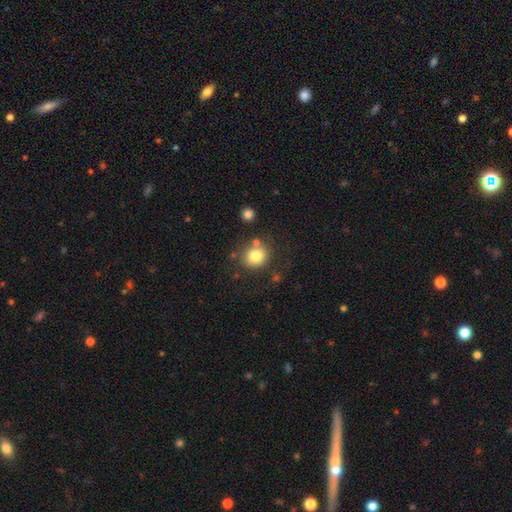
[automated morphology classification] Overall: smooth (79%). How rounded: round (78%). Merging: none (73%).